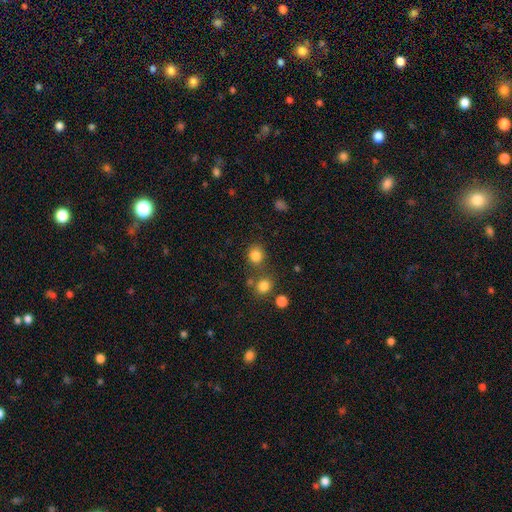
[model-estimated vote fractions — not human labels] Smooth or featured?
  - smooth: 82% *
  - star or artifact: 13%
  - featured or disk: 5%
How rounded?
  - round: 85% *
  - in between: 14%
  - cigar-shaped: 1%
Merging?
  - none: 72% *
  - merger: 14%
  - minor disturbance: 10%
  - major disturbance: 4%